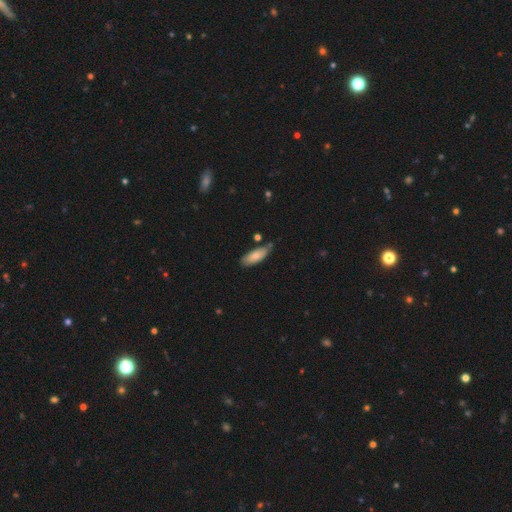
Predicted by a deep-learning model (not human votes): Smooth or featured? smooth (72%)
How rounded? in between (71%)
Merging? none (70%)